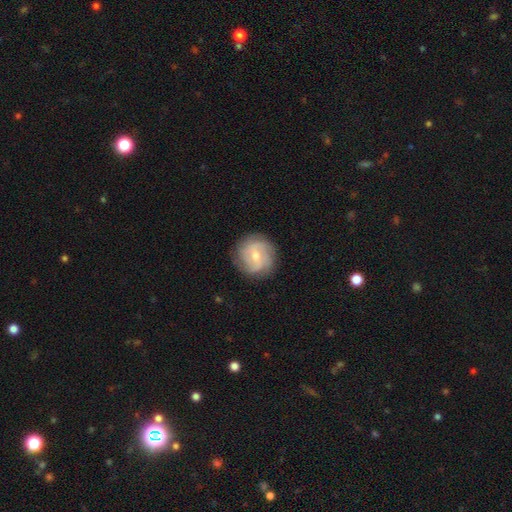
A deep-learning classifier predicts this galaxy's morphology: A featured or disk galaxy (72%) with a weak bar (51%), 3 (32%) tight (46%) spiral arms (92%) and a moderate central bulge (50%).

Vote fractions:
- Smooth or featured? featured or disk: 72% / smooth: 21% / star or artifact: 6%
- Edge-on disk? no: 98% / yes: 2%
- Bar? weak: 51% / no: 36% / strong: 12%
- Spiral arms? yes: 92% / no: 8%
- Spiral winding? tight: 46% / medium: 40% / loose: 15%
- Spiral arm count? 3: 32% / 2: 28% / can't tell: 23% / 4: 8% / 1: 5% / more than 4: 5%
- Bulge size? moderate: 50% / small: 46% / large: 2% / none: 1% / dominant: 1%
- Merging? none: 83% / minor disturbance: 12% / major disturbance: 4% / merger: 1%